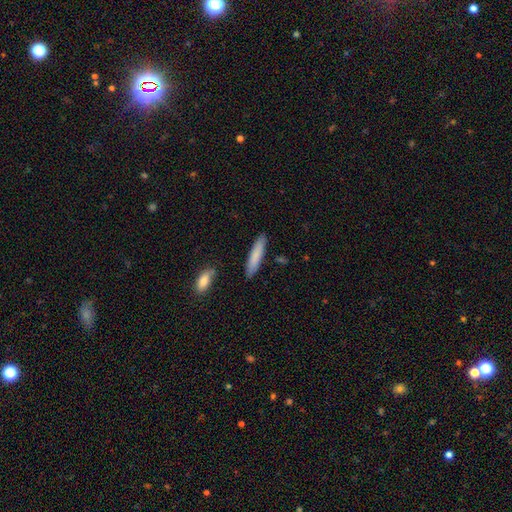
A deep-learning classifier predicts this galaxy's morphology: type=smooth (82%); roundness=cigar-shaped (84%); merging=none (88%).